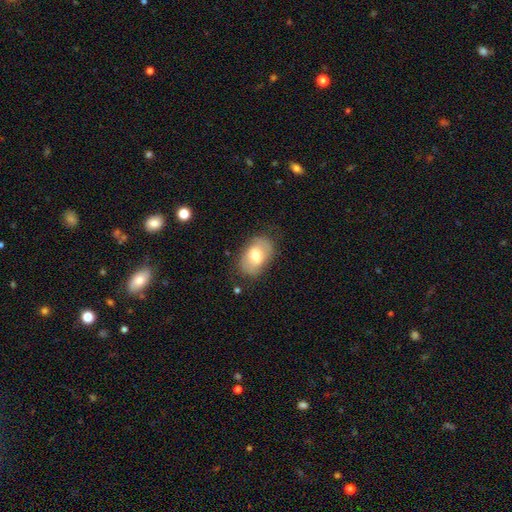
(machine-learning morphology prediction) Q: Smooth or featured?
A: smooth (63%); runner-up: featured or disk (30%)
Q: How rounded?
A: in between (85%); runner-up: round (14%)
Q: Merging?
A: none (70%); runner-up: minor disturbance (21%)